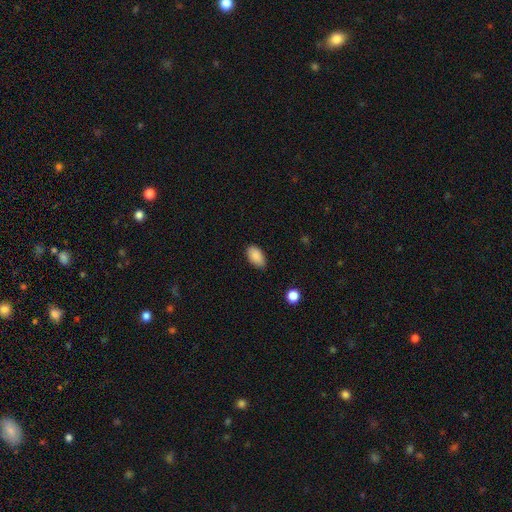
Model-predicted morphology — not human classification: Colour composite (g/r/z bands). It shows a smooth galaxy with no disk features (88%) that is in between round and cigar-shaped (93%). Merging: none (78%).